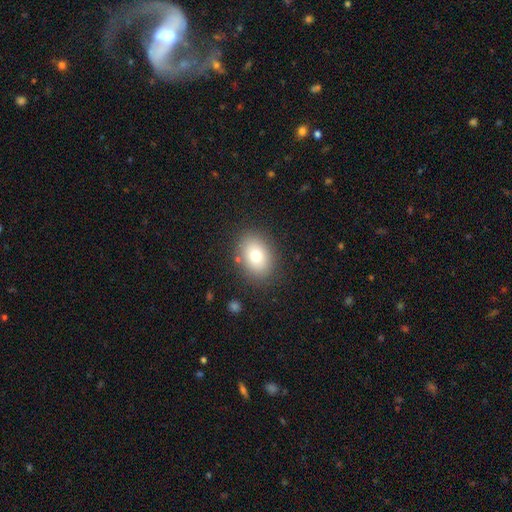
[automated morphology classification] This appears to be a smooth galaxy with no disk features (77%) that is in between round and cigar-shaped (67%). Merging: none (84%).